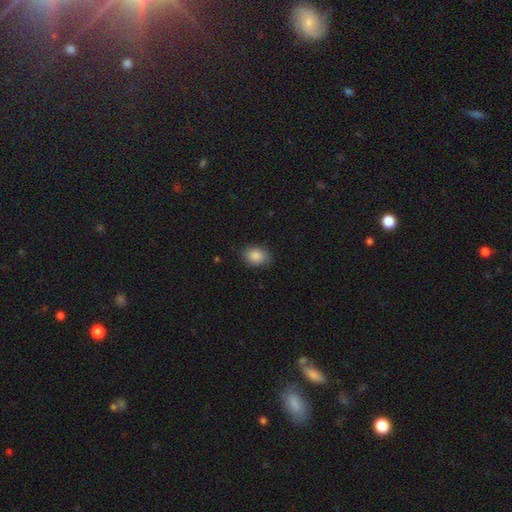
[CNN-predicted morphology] smooth-or-featured: smooth: 88% | star or artifact: 8% | featured or disk: 4%
  how-rounded: in between: 74% | round: 25% | cigar-shaped: 1%
  merging: none: 85% | minor disturbance: 11% | major disturbance: 3% | merger: 1%